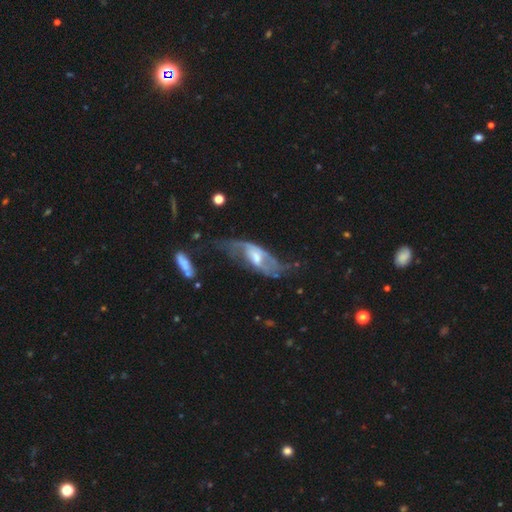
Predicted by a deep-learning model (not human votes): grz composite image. It shows a featured or disk galaxy (80%) with a weak bar (48%), 2 (80%) loose (60%) spiral arms (86%) and a moderate central bulge (54%). Merging: none (41%).